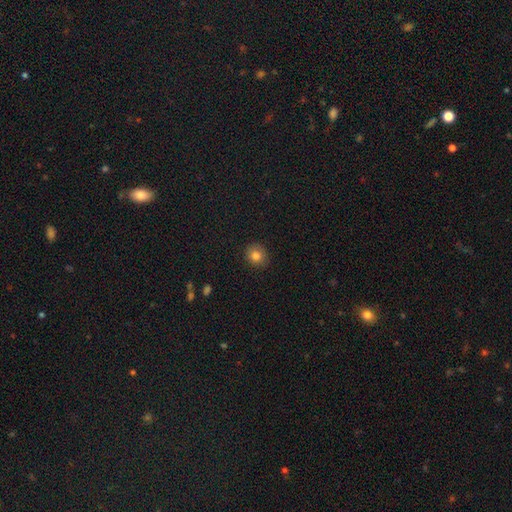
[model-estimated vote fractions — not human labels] Smooth or featured?
  - smooth: 81% *
  - star or artifact: 11%
  - featured or disk: 7%
How rounded?
  - round: 78% *
  - in between: 21%
  - cigar-shaped: 1%
Merging?
  - none: 87% *
  - minor disturbance: 10%
  - major disturbance: 2%
  - merger: 1%